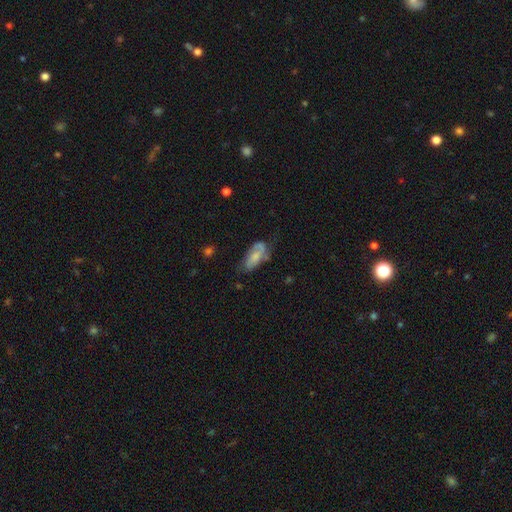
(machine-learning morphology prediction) Smooth or featured: smooth — 57% (featured or disk — 35%)
How rounded: in between — 85% (cigar-shaped — 12%)
Merging: none — 42% (minor disturbance — 33%)